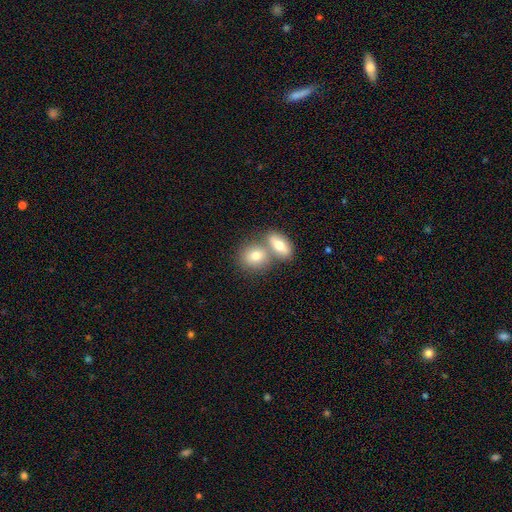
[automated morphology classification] A smooth galaxy with no disk features (77%) that is round (51%). Merging: merger (48%).